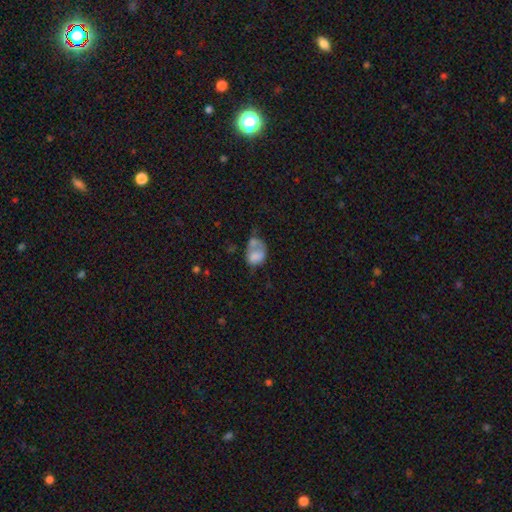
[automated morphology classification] A smooth galaxy with no disk features (67%) that is in between round and cigar-shaped (67%).

Vote fractions:
- Smooth or featured? smooth: 67% / featured or disk: 24% / star or artifact: 9%
- How rounded? in between: 67% / round: 32% / cigar-shaped: 1%
- Merging? merger: 35% / major disturbance: 25% / none: 21% / minor disturbance: 19%